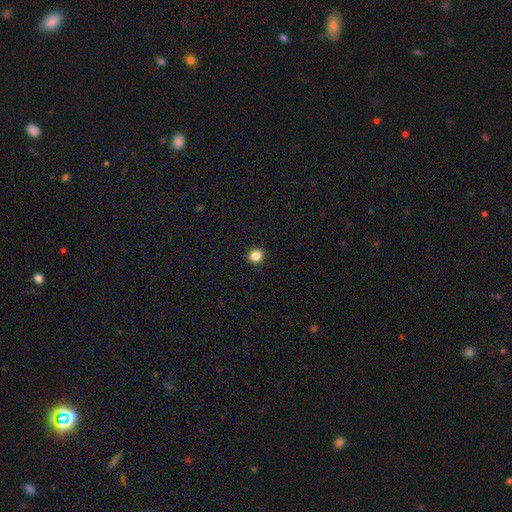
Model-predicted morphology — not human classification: Smooth or featured? Predicted: smooth (p=0.86). How rounded? Predicted: round (p=0.81). Merging? Predicted: none (p=0.92).